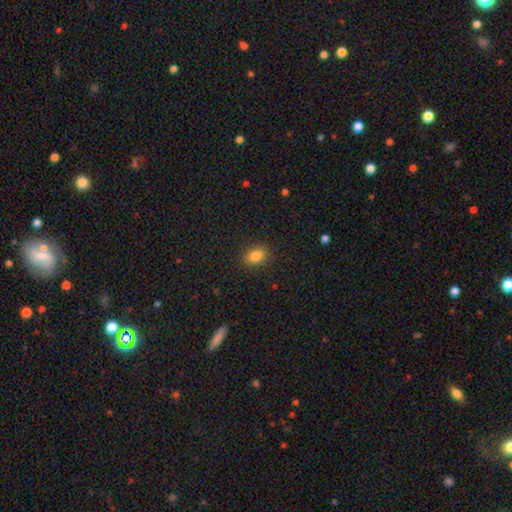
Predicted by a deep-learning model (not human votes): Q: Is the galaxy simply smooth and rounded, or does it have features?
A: smooth — 84%.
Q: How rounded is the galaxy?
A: in between — 65%.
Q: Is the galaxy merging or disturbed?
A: none — 86%.